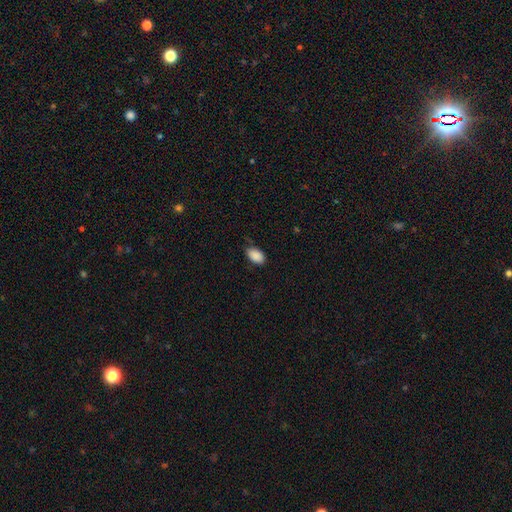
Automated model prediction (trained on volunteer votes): A smooth galaxy with no disk features (90%) that is in between round and cigar-shaped (92%). Merging: none (77%).